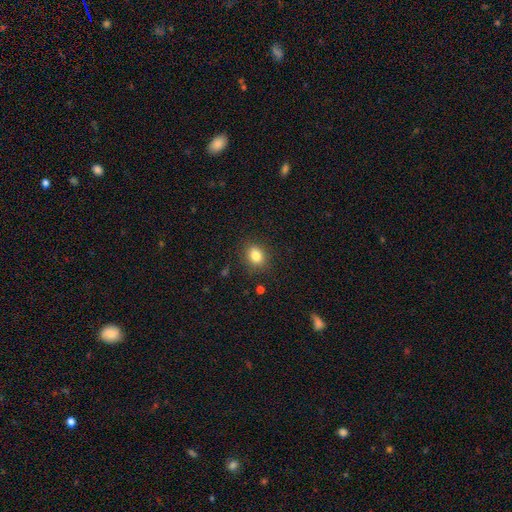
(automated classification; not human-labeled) Smooth or featured? Predicted: smooth (p=0.83). How rounded? Predicted: round (p=0.51). Merging? Predicted: none (p=0.86).